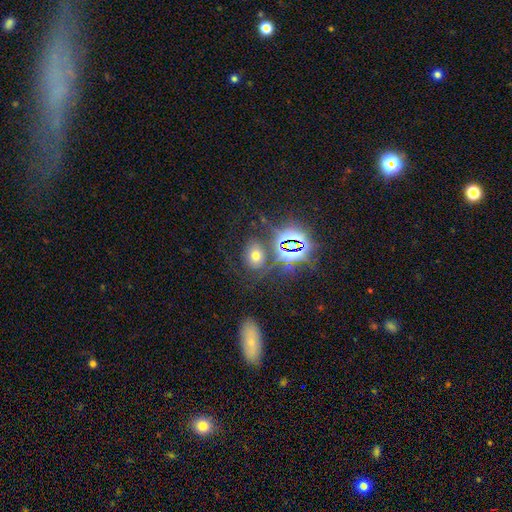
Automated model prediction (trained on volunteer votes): Overall: smooth (53%; star or artifact 35%). How rounded: in between (63%; round 36%). Merging: none (74%).